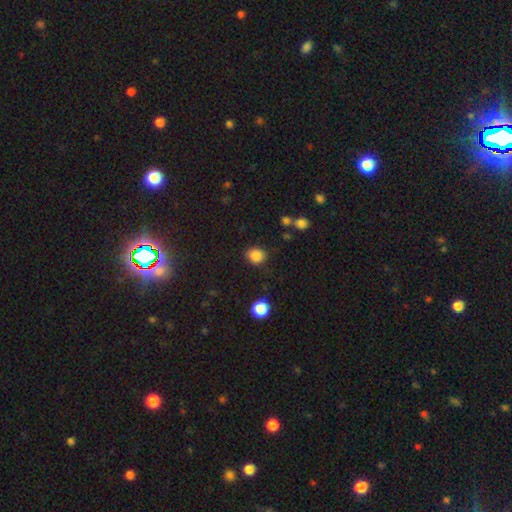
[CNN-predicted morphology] Q: Smooth or featured?
A: smooth (85%); runner-up: star or artifact (11%)
Q: How rounded?
A: round (73%); runner-up: in between (26%)
Q: Merging?
A: none (81%); runner-up: minor disturbance (12%)